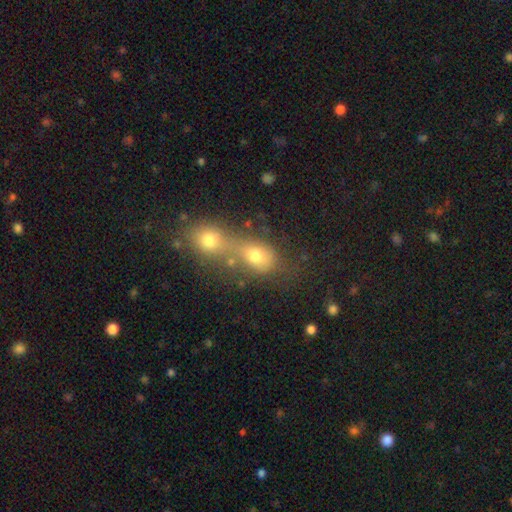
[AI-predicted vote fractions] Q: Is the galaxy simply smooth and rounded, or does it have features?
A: smooth — 69%.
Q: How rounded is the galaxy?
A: round — 50%.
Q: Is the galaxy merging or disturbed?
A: merger — 69%.